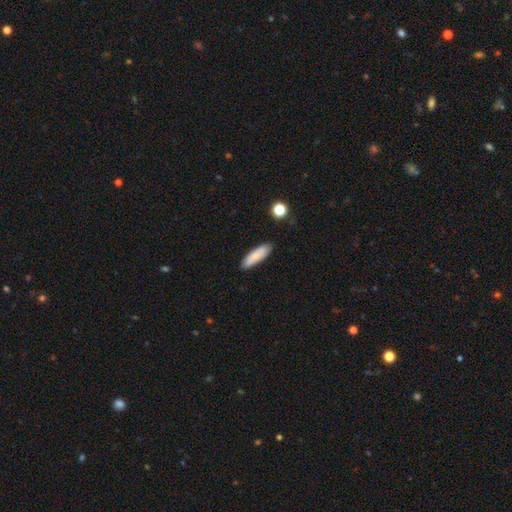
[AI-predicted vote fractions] A smooth galaxy with no disk features (85%) that is cigar-shaped (57%).

Vote fractions:
- Smooth or featured? smooth: 85% / featured or disk: 9% / star or artifact: 7%
- How rounded? cigar-shaped: 57% / in between: 41% / round: 2%
- Merging? none: 86% / minor disturbance: 10% / major disturbance: 2% / merger: 2%